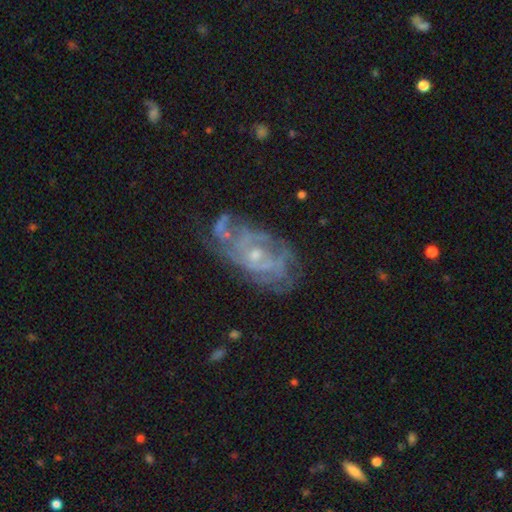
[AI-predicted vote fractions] smooth_or_featured: featured or disk (p=0.80) [alt: smooth p=0.11]
disk_edge_on: no (p=0.95) [alt: yes p=0.05]
bar: no (p=0.67) [alt: weak p=0.27]
has_spiral_arms: yes (p=0.84) [alt: no p=0.16]
spiral_winding: tight (p=0.59) [alt: medium p=0.31]
spiral_arm_count: can't tell (p=0.50) [alt: 2 p=0.14]
bulge_size: small (p=0.66) [alt: moderate p=0.29]
merging: none (p=0.58) [alt: minor disturbance p=0.23]